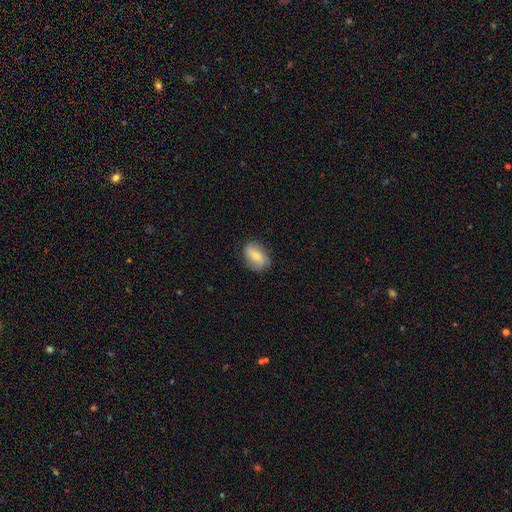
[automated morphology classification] A smooth galaxy with no disk features (58%) that is in between round and cigar-shaped (82%). Merging: none (80%).